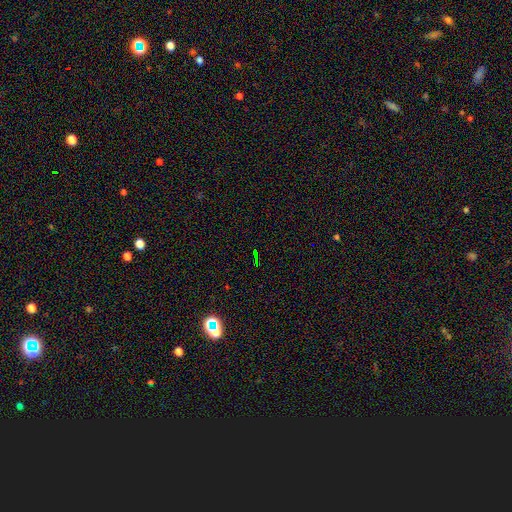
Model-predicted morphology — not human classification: type=star or artifact (73%).